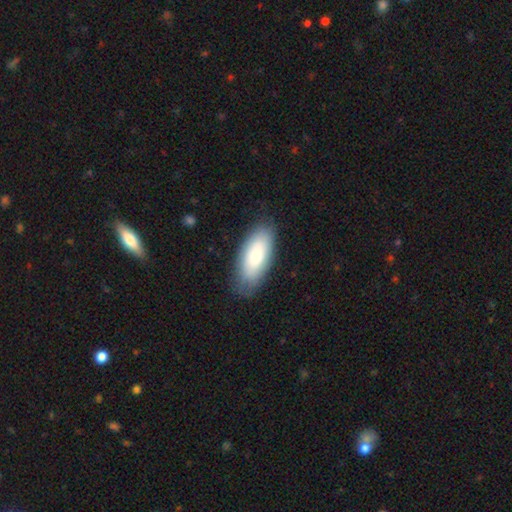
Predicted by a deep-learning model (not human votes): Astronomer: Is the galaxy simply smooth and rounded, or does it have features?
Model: smooth — 78%.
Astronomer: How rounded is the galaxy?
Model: in between — 87%.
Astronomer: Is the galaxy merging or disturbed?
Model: none — 80%.